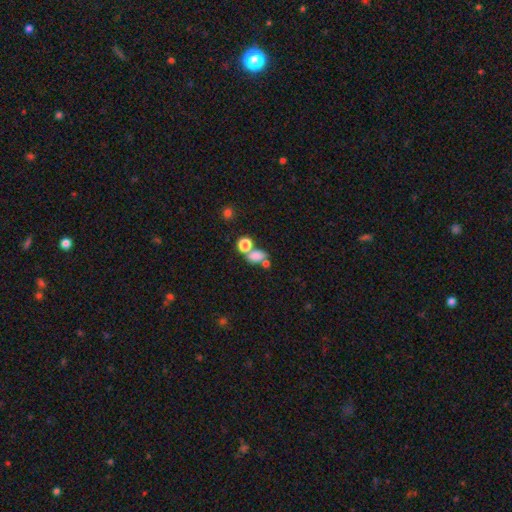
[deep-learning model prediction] Smooth or featured? smooth (77%)
How rounded? in between (75%)
Merging? merger (43%)